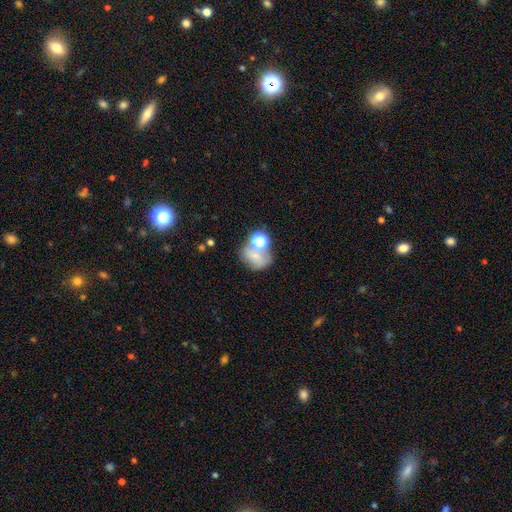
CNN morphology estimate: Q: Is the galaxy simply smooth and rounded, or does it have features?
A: smooth — 62%.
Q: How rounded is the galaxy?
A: in between — 52%.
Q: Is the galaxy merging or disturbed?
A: none — 38%.